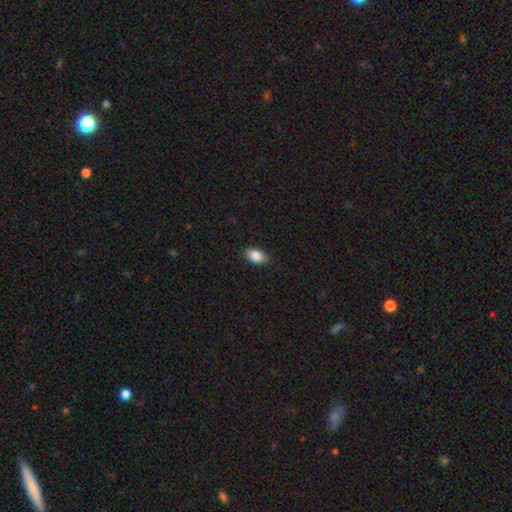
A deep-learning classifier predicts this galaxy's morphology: A smooth galaxy with no disk features (86%) that is in between round and cigar-shaped (90%). Merging: none (89%).